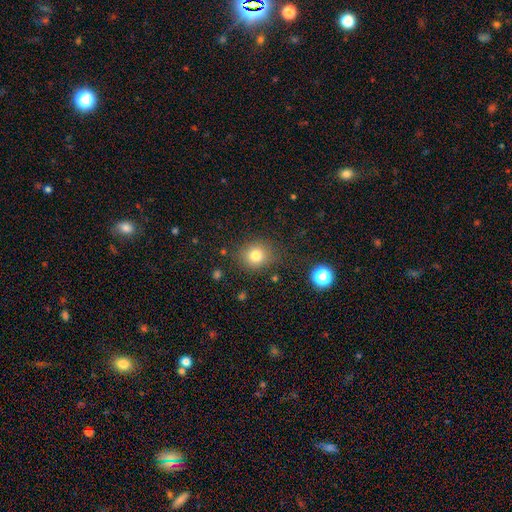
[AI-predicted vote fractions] Q: Smooth or featured?
A: smooth (80%); runner-up: star or artifact (12%)
Q: How rounded?
A: round (77%); runner-up: in between (22%)
Q: Merging?
A: none (82%); runner-up: minor disturbance (12%)